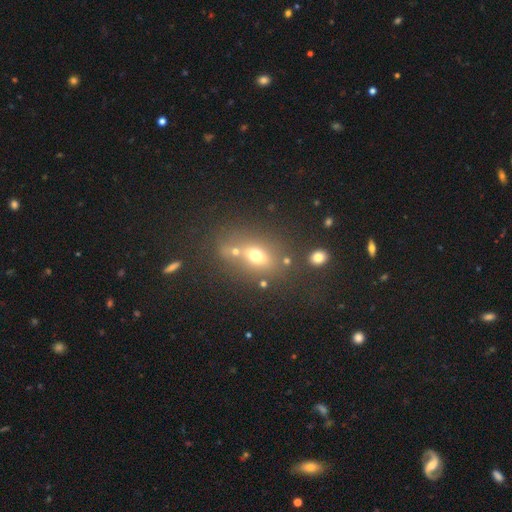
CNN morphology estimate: Overall: smooth (63%). How rounded: in between (63%; round 32%). Merging: none (60%; merger 21%).